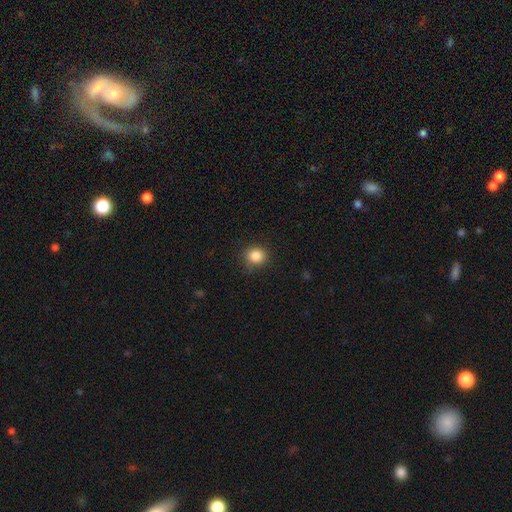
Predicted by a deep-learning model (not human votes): Overall: smooth (85%). How rounded: round (84%). Merging: none (86%).